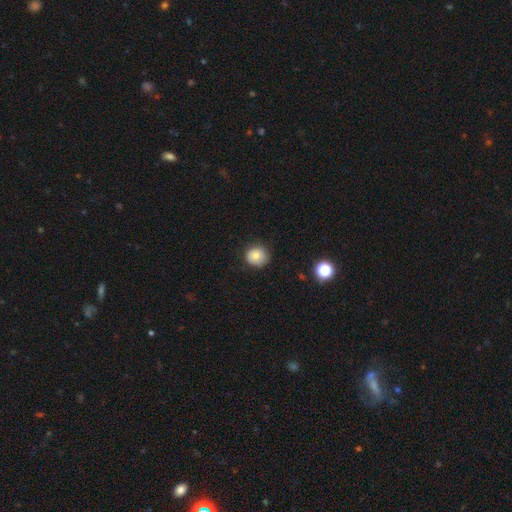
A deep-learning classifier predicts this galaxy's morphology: The model was most divided on "smooth or featured": smooth: 75%, featured or disk: 15%, star or artifact: 10%. More confident: how rounded — round (85%); merging — none (80%).